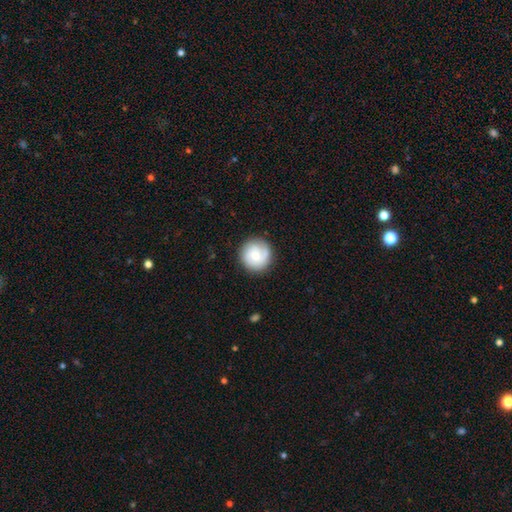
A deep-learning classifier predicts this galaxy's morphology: Q: Smooth or featured?
A: smooth (49%); runner-up: featured or disk (45%)
Q: Merging?
A: none (83%); runner-up: minor disturbance (12%)